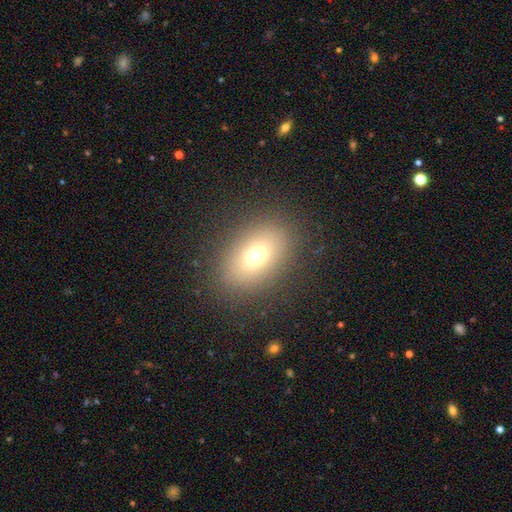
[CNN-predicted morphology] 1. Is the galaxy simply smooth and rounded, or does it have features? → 70% smooth, 15% featured or disk, 14% star or artifact.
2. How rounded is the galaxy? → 76% in between, 22% round, 2% cigar-shaped.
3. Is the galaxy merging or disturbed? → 86% none, 8% minor disturbance, 4% major disturbance, 1% merger.